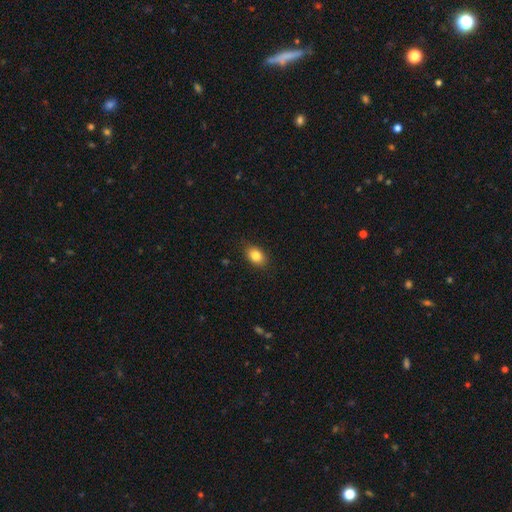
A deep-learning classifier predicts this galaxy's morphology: A smooth galaxy with no disk features (84%) that is in between round and cigar-shaped (78%). Merging: none (87%).